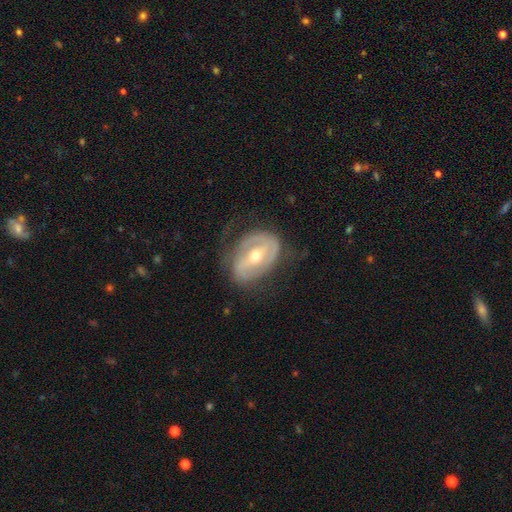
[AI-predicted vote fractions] Morphology: type=featured or disk (80%); edge-on=no (95%); bar=strong (40%); spiral arms=yes (77%); winding=tight (46%); arm count=2 (59%); bulge=moderate (59%); merging=none (59%).